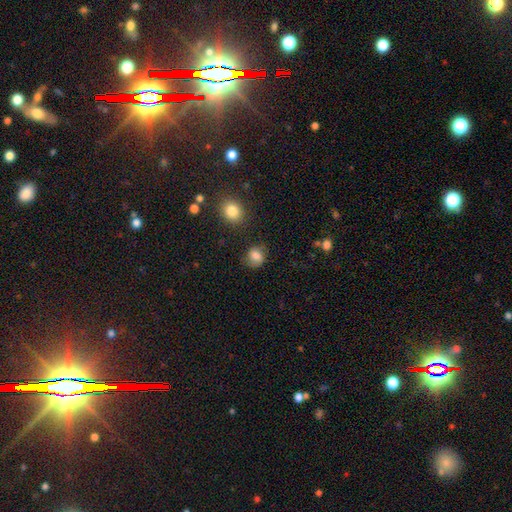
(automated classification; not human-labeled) The model was most divided on "how rounded": round: 67%, in between: 32%, cigar-shaped: 1%. More confident: smooth or featured — smooth (80%); merging — none (69%).